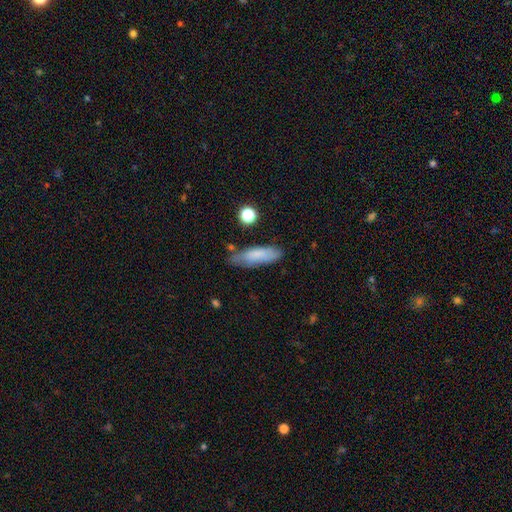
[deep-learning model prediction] A smooth galaxy with no disk features (76%) that is cigar-shaped (51%).

Vote fractions:
- Smooth or featured? smooth: 76% / featured or disk: 17% / star or artifact: 8%
- How rounded? cigar-shaped: 51% / in between: 47% / round: 2%
- Merging? none: 67% / minor disturbance: 23% / major disturbance: 5% / merger: 4%